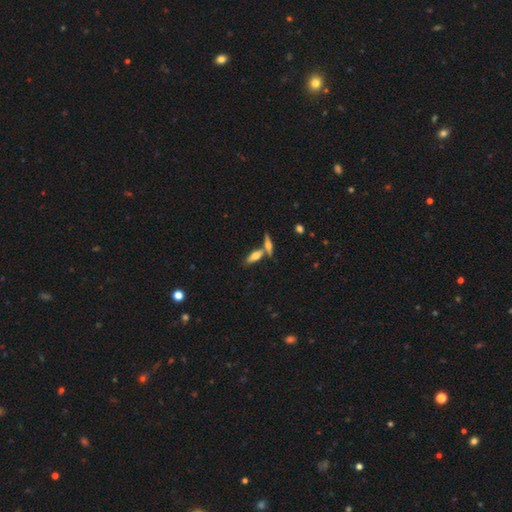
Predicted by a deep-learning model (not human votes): Smooth or featured?
  - smooth: 54% *
  - featured or disk: 37%
  - star or artifact: 9%
How rounded?
  - in between: 58% *
  - cigar-shaped: 38%
  - round: 3%
Merging?
  - none: 55% *
  - merger: 33%
  - minor disturbance: 9%
  - major disturbance: 3%